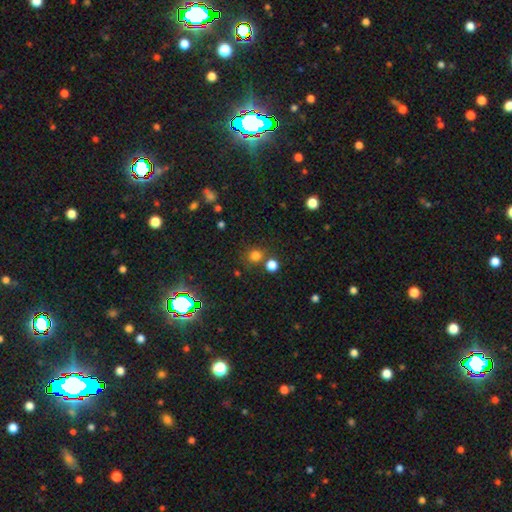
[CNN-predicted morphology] smooth 74%, star or artifact 21%, featured or disk 5%. Down the decision tree: how rounded — round (85%); merging — none (72%).